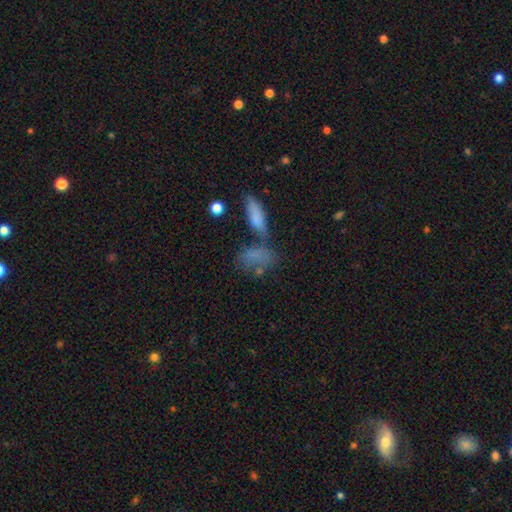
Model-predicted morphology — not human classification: A smooth galaxy with no disk features (72%) that is in between round and cigar-shaped (72%).

Vote fractions:
- Smooth or featured? smooth: 72% / featured or disk: 15% / star or artifact: 12%
- How rounded? in between: 72% / cigar-shaped: 19% / round: 9%
- Merging? none: 44% / merger: 32% / minor disturbance: 15% / major disturbance: 9%